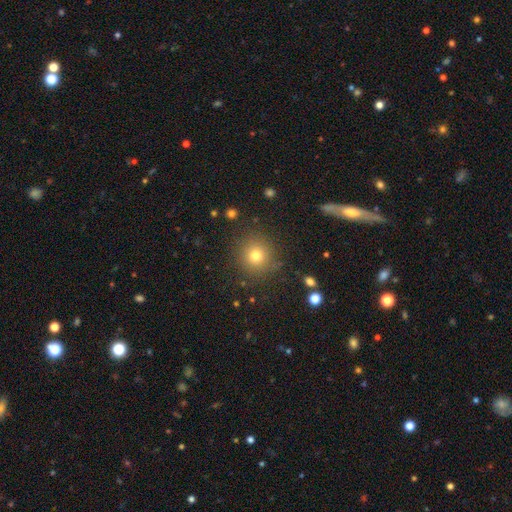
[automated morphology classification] This appears to be a smooth galaxy with no disk features (75%) that is round (94%). Merging: none (87%).